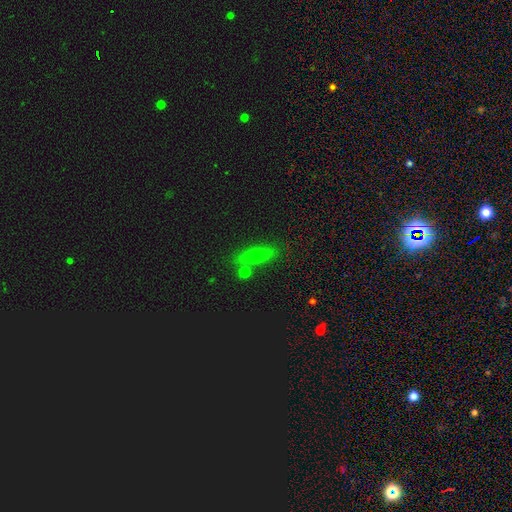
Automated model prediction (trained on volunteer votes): Smooth or featured?
  - smooth: 56% *
  - featured or disk: 31%
  - star or artifact: 13%
How rounded?
  - cigar-shaped: 52% *
  - in between: 42%
  - round: 6%
Merging?
  - none: 76% *
  - minor disturbance: 12%
  - merger: 8%
  - major disturbance: 4%